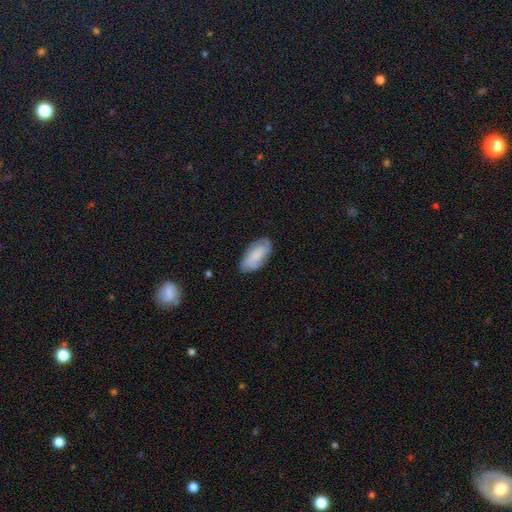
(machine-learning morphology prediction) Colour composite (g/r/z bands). It shows a smooth galaxy with no disk features (72%) that is in between round and cigar-shaped (92%). Merging: none (77%).